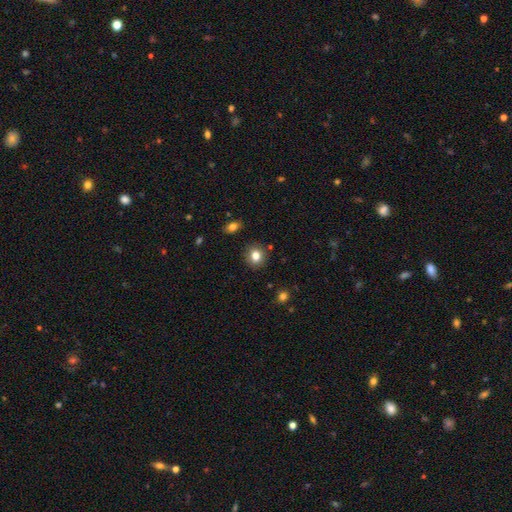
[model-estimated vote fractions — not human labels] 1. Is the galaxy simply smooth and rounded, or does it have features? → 81% smooth, 11% star or artifact, 8% featured or disk.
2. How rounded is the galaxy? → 83% round, 17% in between, 1% cigar-shaped.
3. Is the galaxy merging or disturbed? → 89% none, 7% minor disturbance, 2% major disturbance, 2% merger.